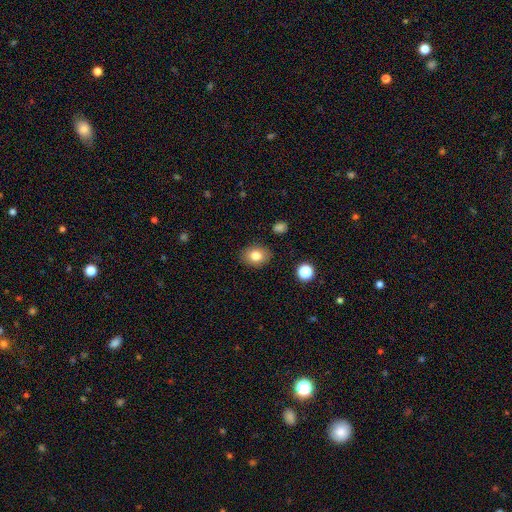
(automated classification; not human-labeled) Morphology: type=smooth (81%); roundness=in between (58%); merging=none (87%).